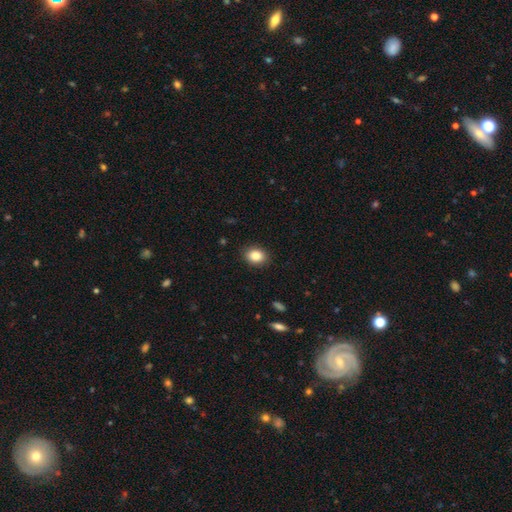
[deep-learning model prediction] Smooth or featured?
  - smooth: 85% *
  - star or artifact: 9%
  - featured or disk: 6%
How rounded?
  - in between: 61% *
  - round: 38%
  - cigar-shaped: 1%
Merging?
  - none: 89% *
  - minor disturbance: 8%
  - major disturbance: 2%
  - merger: 1%